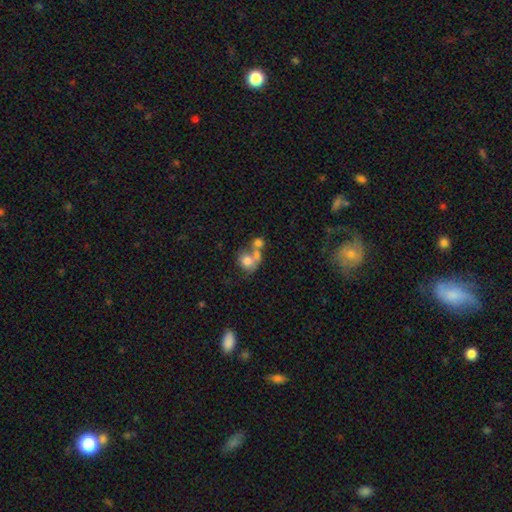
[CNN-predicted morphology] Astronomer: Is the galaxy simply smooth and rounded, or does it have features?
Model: smooth — 64%.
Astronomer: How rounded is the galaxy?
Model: round — 72%.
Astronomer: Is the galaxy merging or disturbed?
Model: merger — 54% (runner-up: none, 30%).